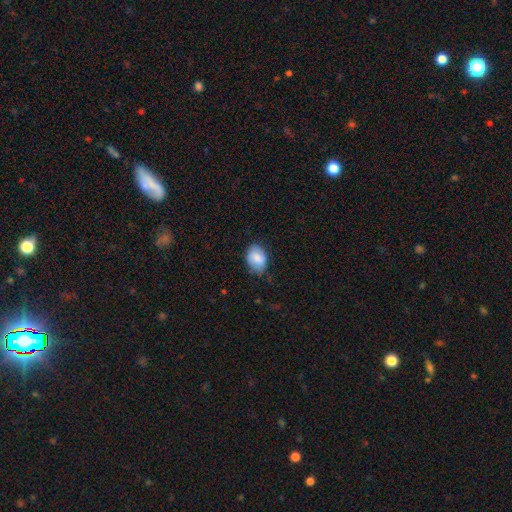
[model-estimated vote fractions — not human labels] This appears to be a smooth galaxy with no disk features (84%) that is in between round and cigar-shaped (77%). Merging: none (69%).